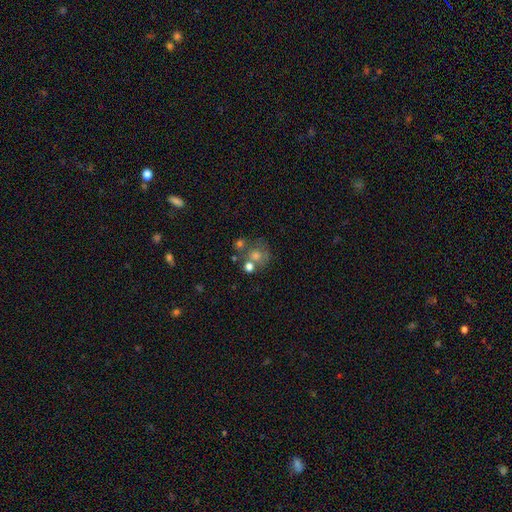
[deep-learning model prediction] Morphology: type=smooth (46%); merging=none (51%).